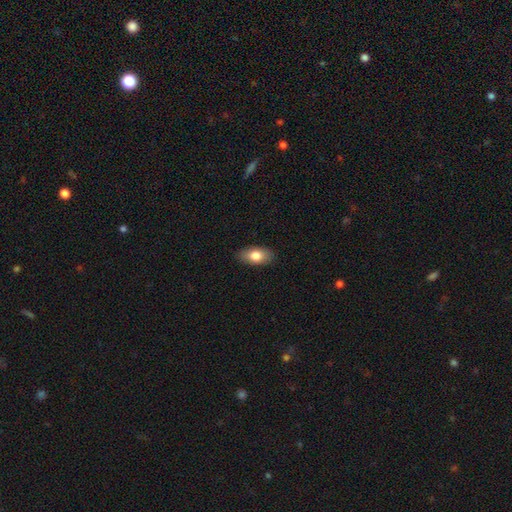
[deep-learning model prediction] Overall: smooth (80%). How rounded: in between (92%). Merging: none (88%).